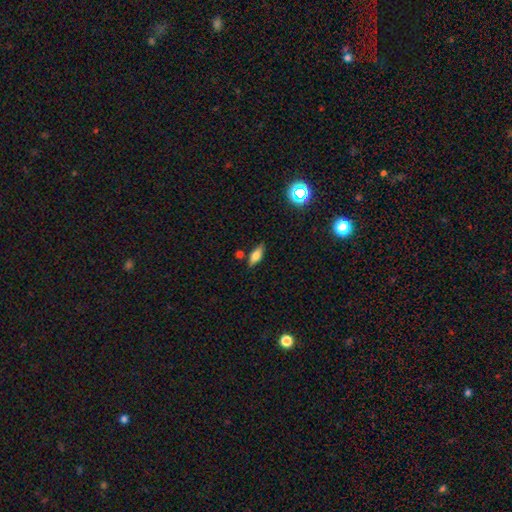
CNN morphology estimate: Smooth or featured: smooth — 69% (featured or disk — 21%)
How rounded: in between — 73% (cigar-shaped — 24%)
Merging: none — 78% (minor disturbance — 14%)